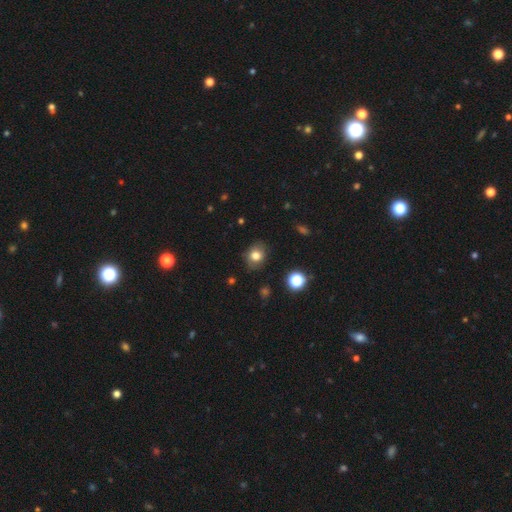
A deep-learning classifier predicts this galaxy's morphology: type=smooth (76%); roundness=round (56%); merging=none (80%).